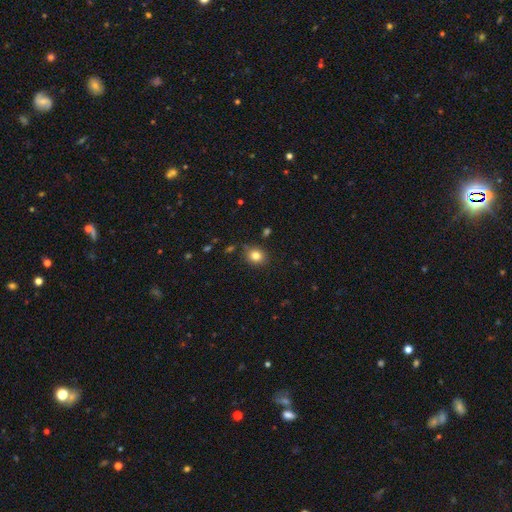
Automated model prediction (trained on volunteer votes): A smooth galaxy with no disk features (81%) that is round (71%).

Vote fractions:
- Smooth or featured? smooth: 81% / star or artifact: 12% / featured or disk: 7%
- How rounded? round: 71% / in between: 28% / cigar-shaped: 1%
- Merging? none: 84% / minor disturbance: 11% / major disturbance: 3% / merger: 3%